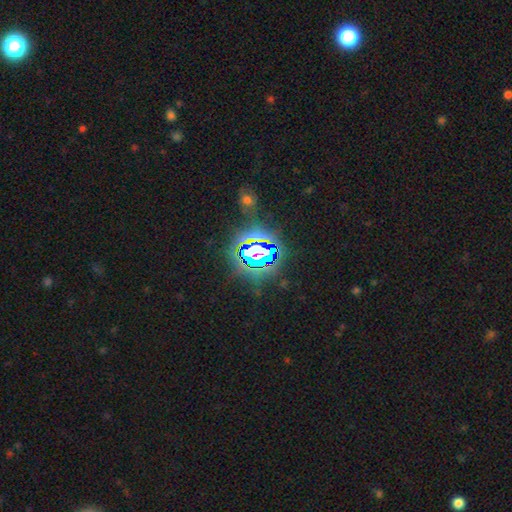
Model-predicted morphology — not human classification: A star or artifact, not a galaxy (78%).

Vote fractions:
- Smooth or featured? star or artifact: 78% / smooth: 12% / featured or disk: 10%